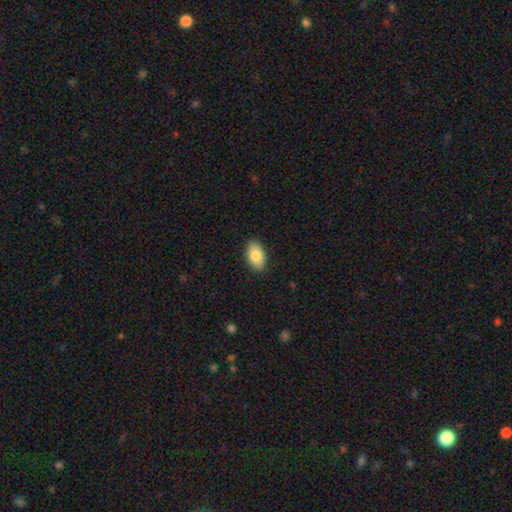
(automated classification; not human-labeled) This is clearly a smooth galaxy (83%). How rounded: clearly in between (93%). Merging: clearly none (89%).